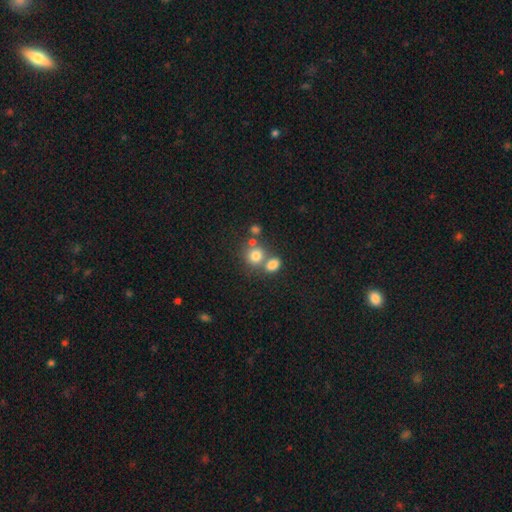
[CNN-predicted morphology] Smooth or featured? Predicted: smooth (p=0.76). How rounded? Predicted: round (p=0.75). Merging? Predicted: none (p=0.47).